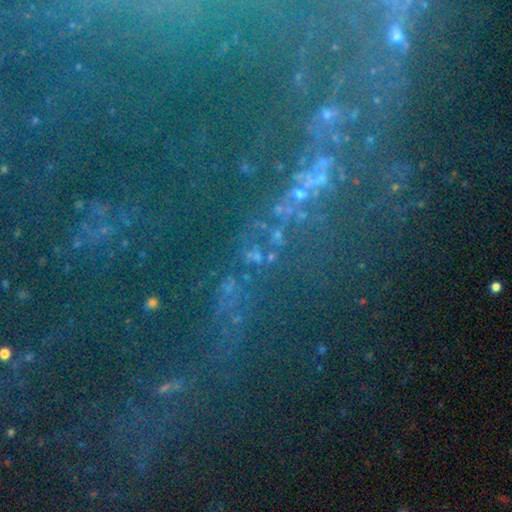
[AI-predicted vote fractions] Smooth or featured? Predicted: star or artifact (p=0.72).